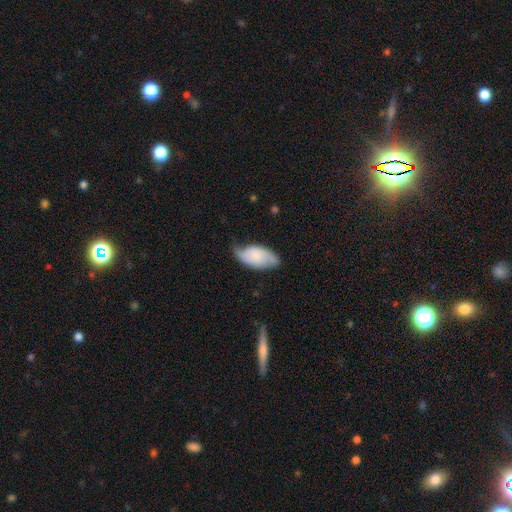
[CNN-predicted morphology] A smooth galaxy with no disk features (54%) that is in between round and cigar-shaped (94%).

Vote fractions:
- Smooth or featured? smooth: 54% / featured or disk: 39% / star or artifact: 7%
- How rounded? in between: 94% / cigar-shaped: 3% / round: 3%
- Merging? none: 54% / minor disturbance: 35% / major disturbance: 10% / merger: 2%